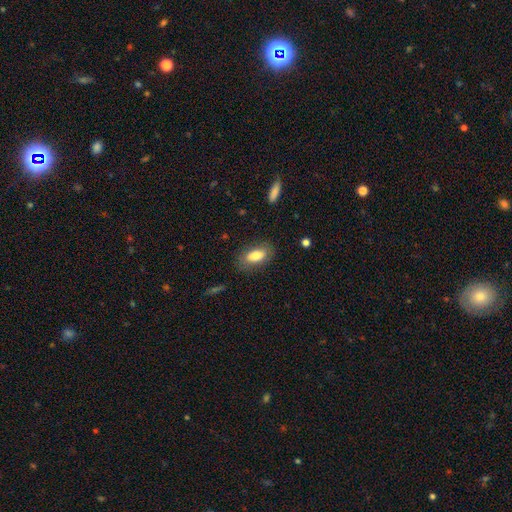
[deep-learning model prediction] A smooth galaxy with no disk features (79%) that is in between round and cigar-shaped (88%).

Vote fractions:
- Smooth or featured? smooth: 79% / featured or disk: 14% / star or artifact: 7%
- How rounded? in between: 88% / cigar-shaped: 7% / round: 5%
- Merging? none: 80% / minor disturbance: 14% / major disturbance: 5% / merger: 1%